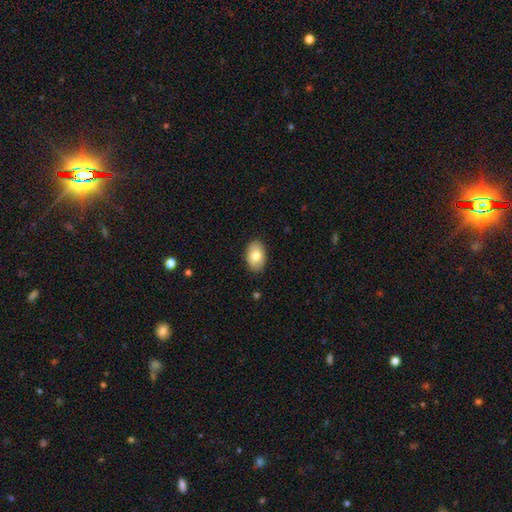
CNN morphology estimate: Smooth or featured? smooth (79%)
How rounded? in between (91%)
Merging? none (88%)